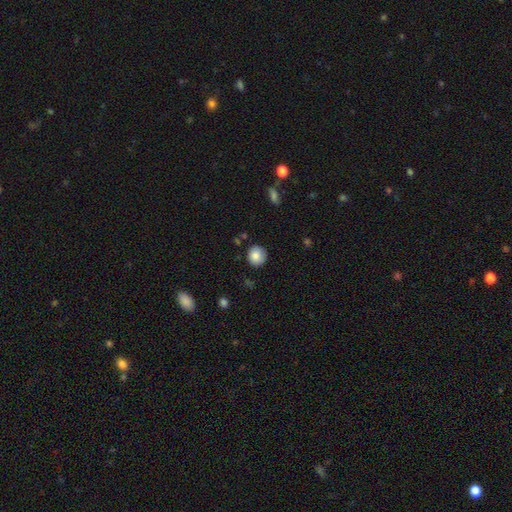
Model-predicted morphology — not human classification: smooth-or-featured: smooth: 85% | star or artifact: 8% | featured or disk: 7%
  how-rounded: round: 89% | in between: 10% | cigar-shaped: 1%
  merging: none: 86% | minor disturbance: 10% | major disturbance: 2% | merger: 2%